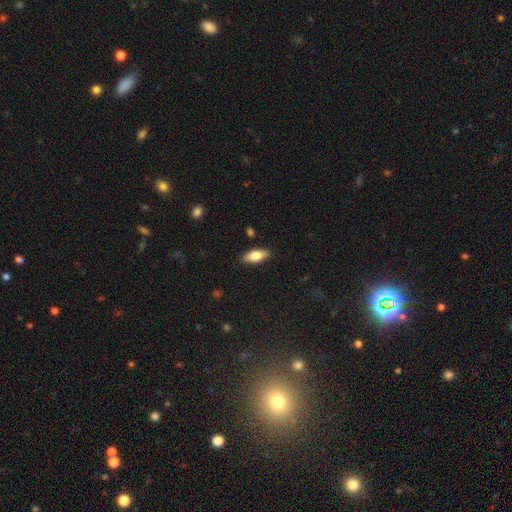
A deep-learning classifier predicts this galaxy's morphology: Overall: smooth (70%). How rounded: in between (74%). Merging: none (88%).